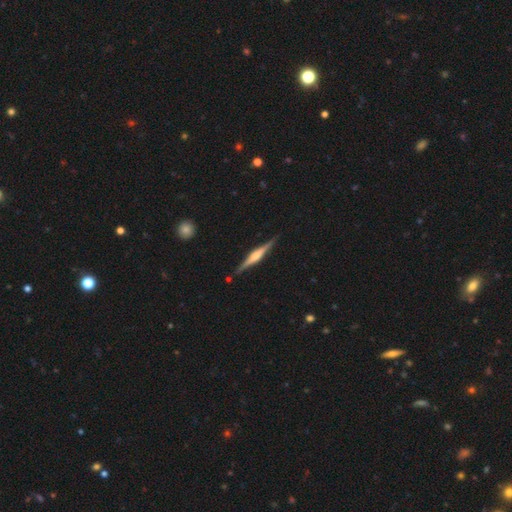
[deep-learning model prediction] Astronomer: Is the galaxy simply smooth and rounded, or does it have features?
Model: featured or disk — 77%.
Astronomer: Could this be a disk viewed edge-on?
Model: yes — 98%.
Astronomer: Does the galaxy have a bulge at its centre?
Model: rounded — 72%.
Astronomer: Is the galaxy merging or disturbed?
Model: none — 89%.